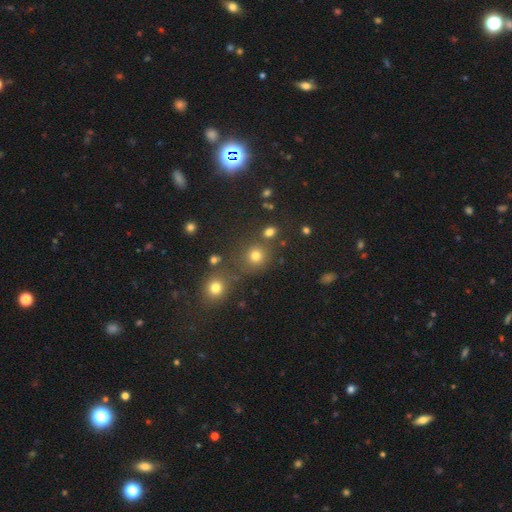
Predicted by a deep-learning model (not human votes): A smooth galaxy with no disk features (75%) that is round (88%). Merging: none (73%).